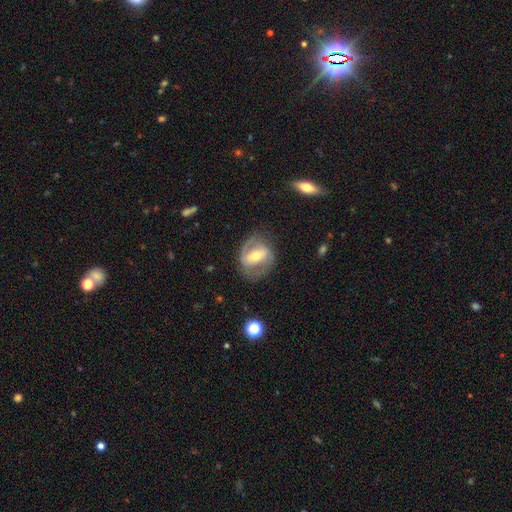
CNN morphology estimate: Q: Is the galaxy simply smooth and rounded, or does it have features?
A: featured or disk — 71%.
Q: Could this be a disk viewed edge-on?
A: no — 94%.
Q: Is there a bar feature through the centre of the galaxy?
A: strong — 48%.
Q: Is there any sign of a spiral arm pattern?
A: yes — 69%.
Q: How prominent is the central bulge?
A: moderate — 65%.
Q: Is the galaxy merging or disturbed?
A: none — 70%.